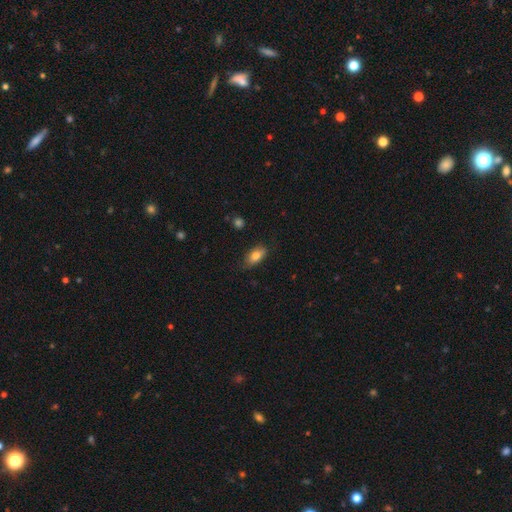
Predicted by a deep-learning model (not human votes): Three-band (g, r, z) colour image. It shows a smooth galaxy with no disk features (80%) that is in between round and cigar-shaped (88%). Merging: none (79%).